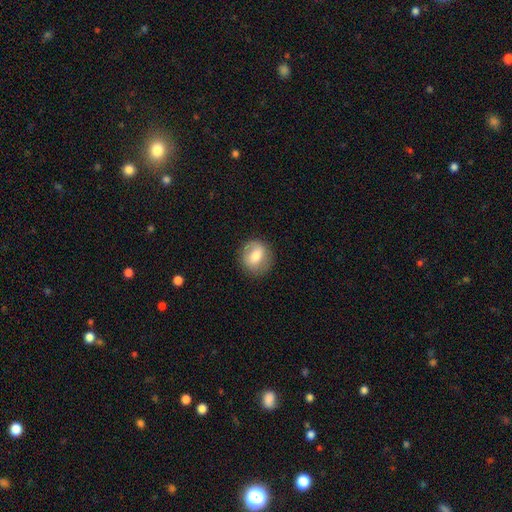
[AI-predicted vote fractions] This is likely a smooth galaxy (63%). How rounded: likely round (77%). Merging: clearly none (82%).